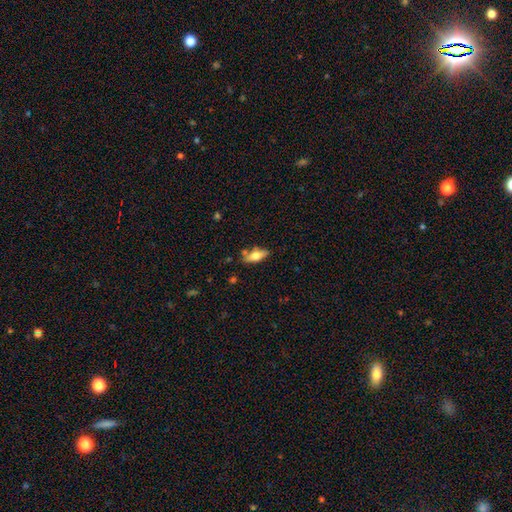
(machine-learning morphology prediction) This appears to be a smooth galaxy with no disk features (63%) that is in between round and cigar-shaped (72%). Merging: none (69%).